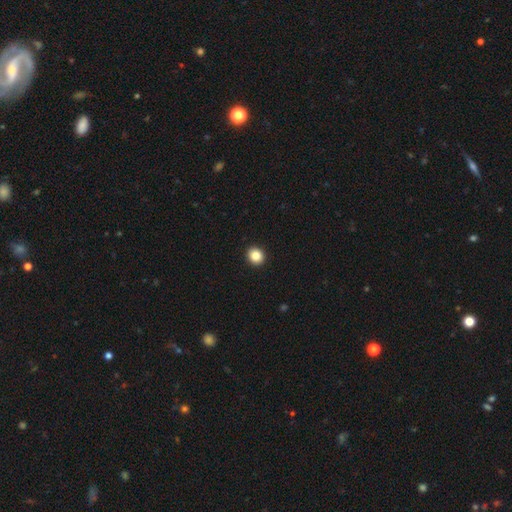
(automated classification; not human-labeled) smooth_or_featured: smooth (p=0.86) [alt: star or artifact p=0.10]
how_rounded: round (p=0.83) [alt: in between p=0.16]
merging: none (p=0.93) [alt: minor disturbance p=0.04]